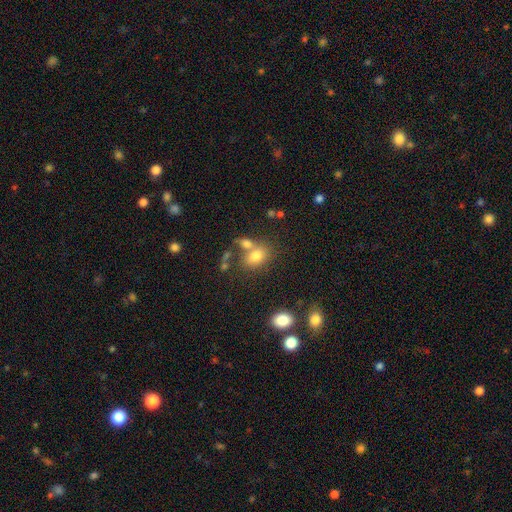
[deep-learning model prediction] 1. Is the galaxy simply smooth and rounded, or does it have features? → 76% smooth, 13% featured or disk, 11% star or artifact.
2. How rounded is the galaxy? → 75% in between, 23% round, 2% cigar-shaped.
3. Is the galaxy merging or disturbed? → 47% none, 34% merger, 13% minor disturbance, 6% major disturbance.